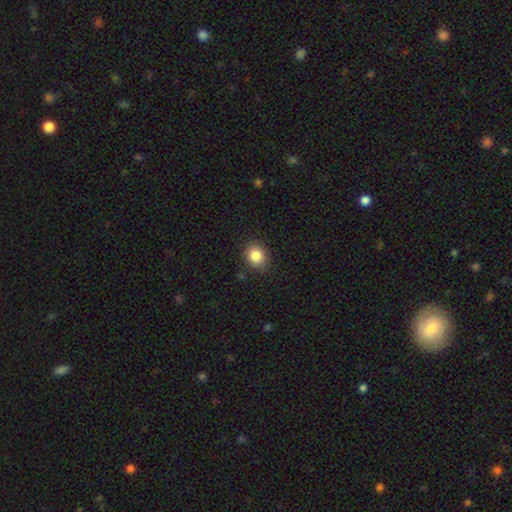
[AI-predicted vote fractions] Smooth or featured? smooth (85%)
How rounded? round (63%)
Merging? none (85%)